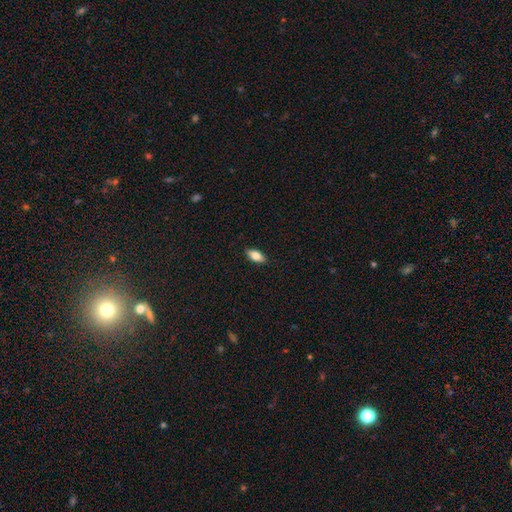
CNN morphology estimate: smooth 80%, featured or disk 13%, star or artifact 7%. Down the decision tree: how rounded — in between (87%); merging — none (88%).